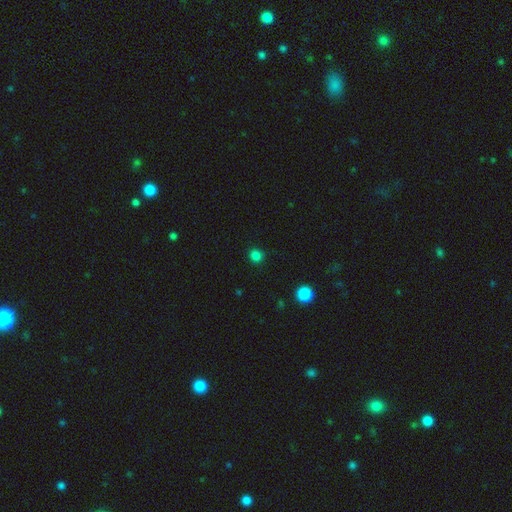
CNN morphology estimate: The model was most divided on "smooth or featured": smooth: 81%, star or artifact: 16%, featured or disk: 3%. More confident: merging — none (89%); how rounded — round (87%).